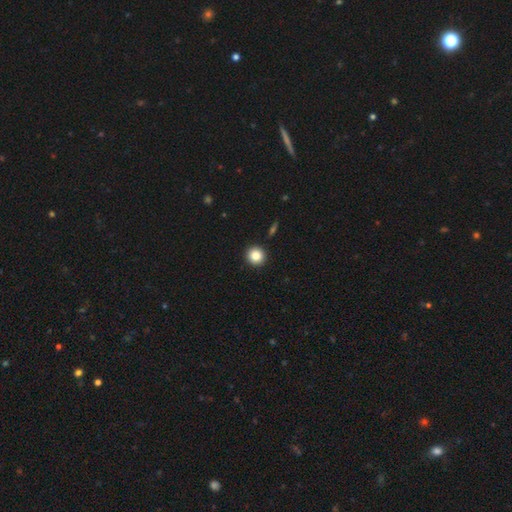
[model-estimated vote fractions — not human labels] Q: Smooth or featured?
A: smooth (84%); runner-up: star or artifact (10%)
Q: How rounded?
A: round (94%); runner-up: in between (5%)
Q: Merging?
A: none (93%); runner-up: minor disturbance (4%)